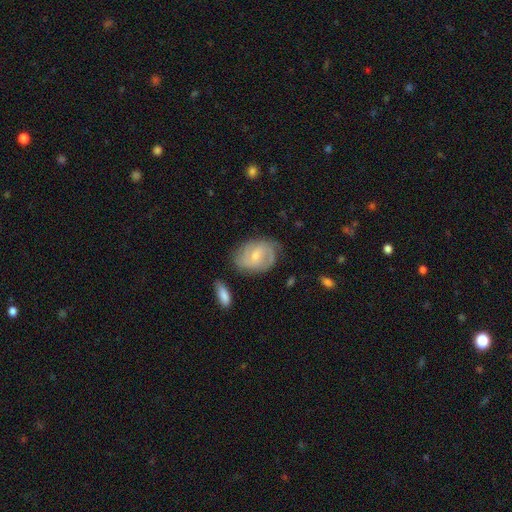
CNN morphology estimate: Overall: featured or disk (67%). Edge-on disk: no (97%). Bar: weak (55%; no 33%). Spiral arms: yes (88%). Spiral arm count: 2 (58%; can't tell 24%). Spiral winding: medium (42%; tight 40%). Bulge size: small (53%; moderate 41%). Merging: none (68%).